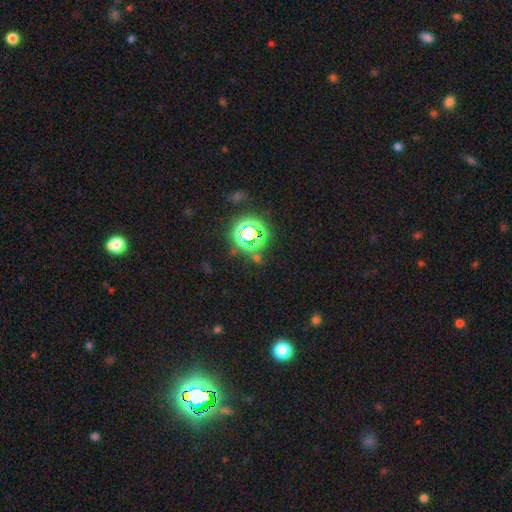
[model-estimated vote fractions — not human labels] Smooth or featured? Predicted: star or artifact (p=0.72).